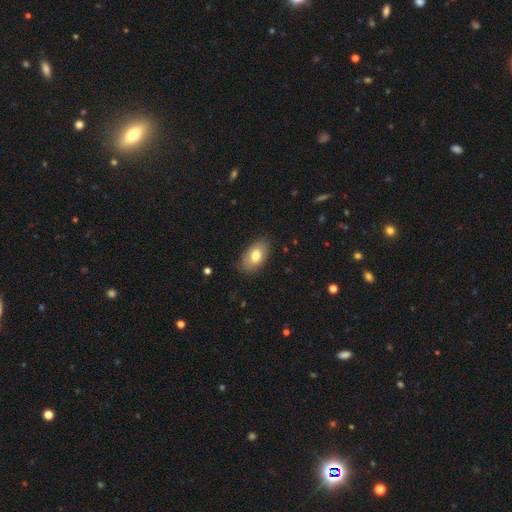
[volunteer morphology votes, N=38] This appears to be a smooth galaxy with no disk features (68%) that is in between round and cigar-shaped (96%). Merging: none (84%).